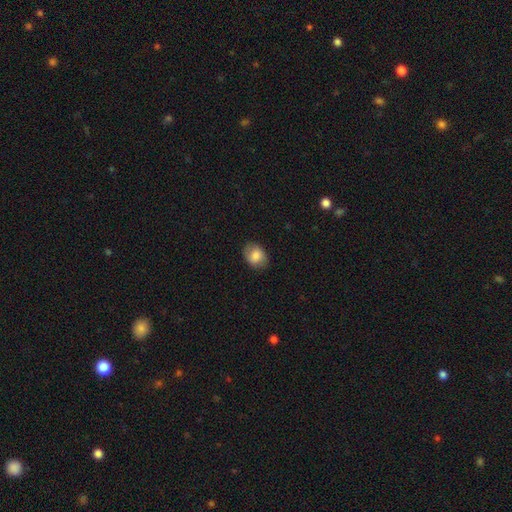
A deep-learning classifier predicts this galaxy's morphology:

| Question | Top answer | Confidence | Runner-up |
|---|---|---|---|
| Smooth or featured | smooth | 82% | featured or disk (11%) |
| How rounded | in between | 60% | round (39%) |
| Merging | none | 81% | minor disturbance (14%) |